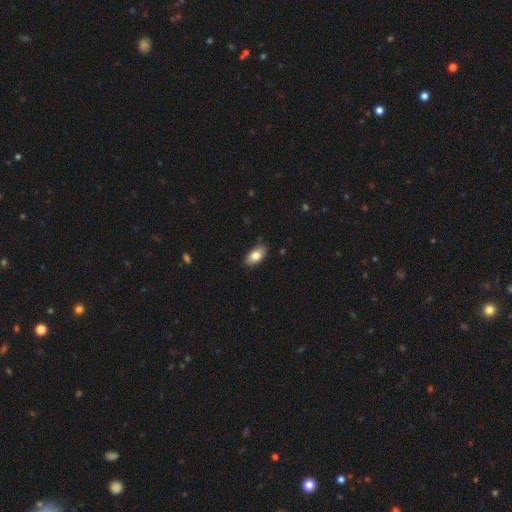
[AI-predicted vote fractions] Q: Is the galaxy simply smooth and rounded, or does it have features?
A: smooth — 80%.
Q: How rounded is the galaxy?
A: in between — 92%.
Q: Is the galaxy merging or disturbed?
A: none — 85%.